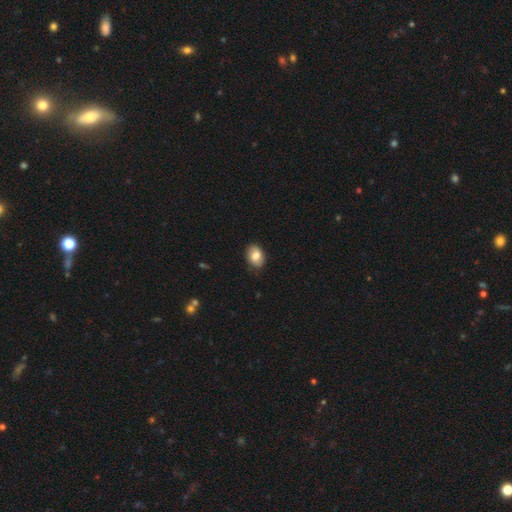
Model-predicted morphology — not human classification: A smooth galaxy with no disk features (79%) that is in between round and cigar-shaped (76%).

Vote fractions:
- Smooth or featured? smooth: 79% / featured or disk: 13% / star or artifact: 7%
- How rounded? in between: 76% / round: 23% / cigar-shaped: 1%
- Merging? none: 83% / minor disturbance: 14% / major disturbance: 2% / merger: 1%